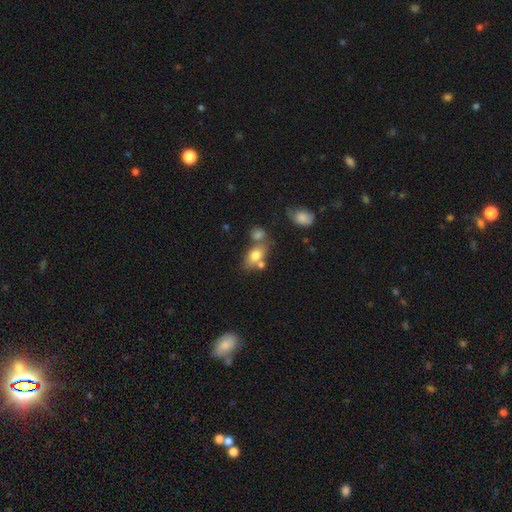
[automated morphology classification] smooth 75%, featured or disk 16%, star or artifact 10%. Down the decision tree: how rounded — in between (81%); merging — none (48%).